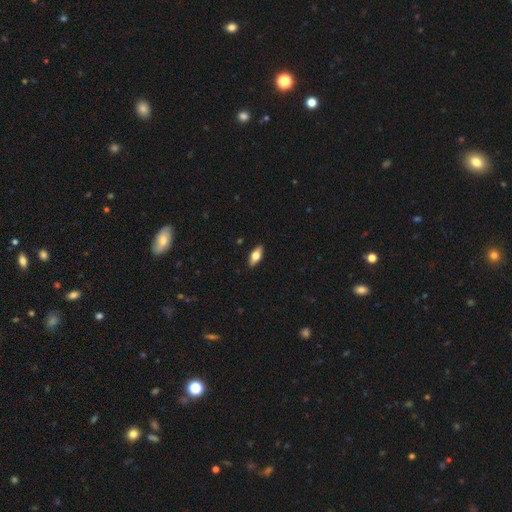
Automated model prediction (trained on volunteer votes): smooth-or-featured: smooth: 58% | featured or disk: 36% | star or artifact: 6%
  how-rounded: in between: 78% | cigar-shaped: 18% | round: 3%
  merging: none: 89% | minor disturbance: 8% | major disturbance: 2% | merger: 1%